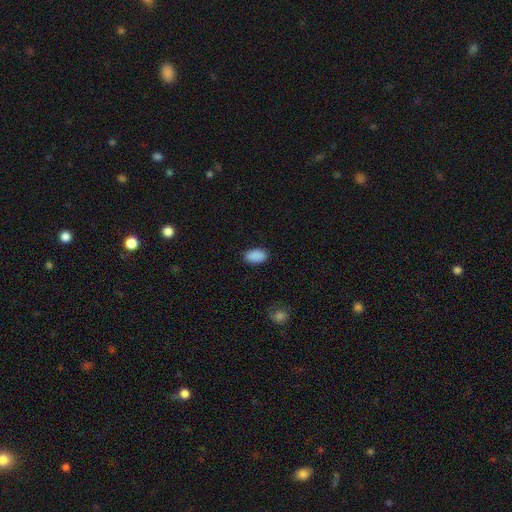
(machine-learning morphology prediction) The model was most divided on "merging": none: 85%, minor disturbance: 11%, major disturbance: 3%, merger: 1%. More confident: how rounded — in between (93%); smooth or featured — smooth (89%).